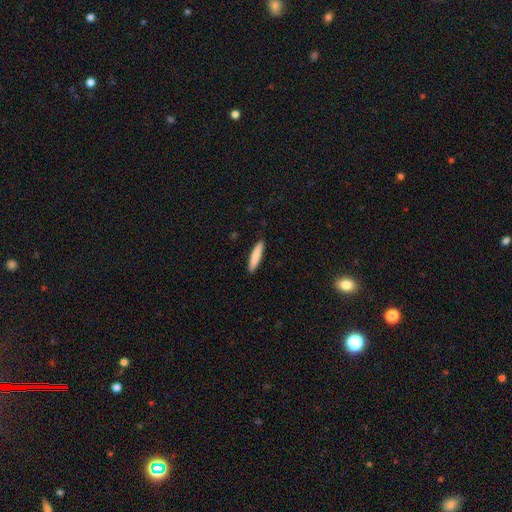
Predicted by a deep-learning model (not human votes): The model was most divided on "smooth or featured": smooth: 84%, featured or disk: 11%, star or artifact: 5%. More confident: merging — none (91%); how rounded — cigar-shaped (88%).